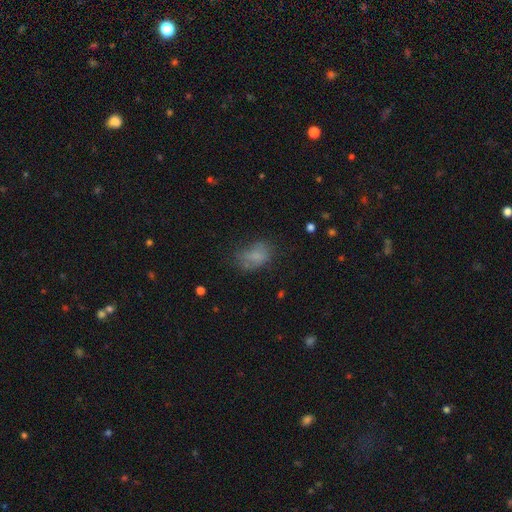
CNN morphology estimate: smooth 67%, featured or disk 20%, star or artifact 13%. Down the decision tree: how rounded — in between (84%); merging — none (49%).